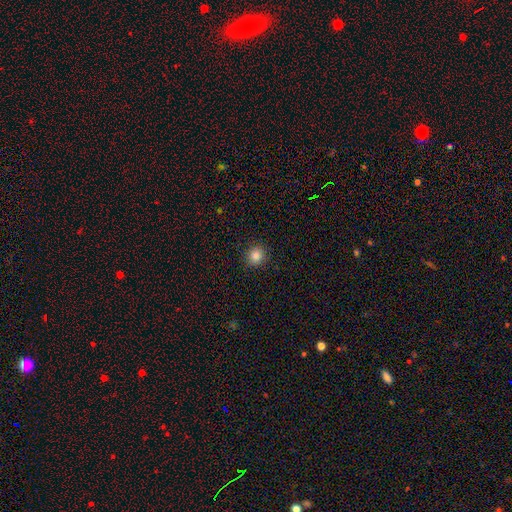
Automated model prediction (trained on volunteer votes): Overall: smooth (85%). How rounded: round (88%). Merging: none (92%).